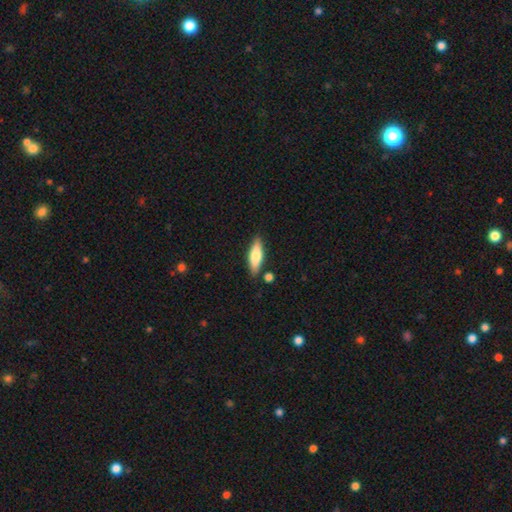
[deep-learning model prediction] A smooth galaxy with no disk features (66%) that is cigar-shaped (52%). Merging: none (82%).